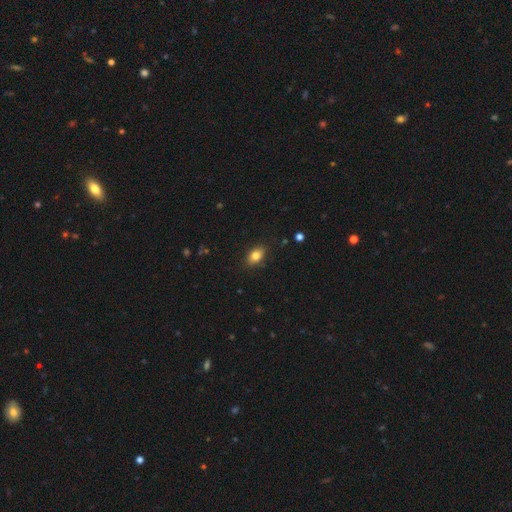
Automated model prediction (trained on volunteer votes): smooth 82%, star or artifact 9%, featured or disk 9%. Down the decision tree: how rounded — in between (84%); merging — none (85%).